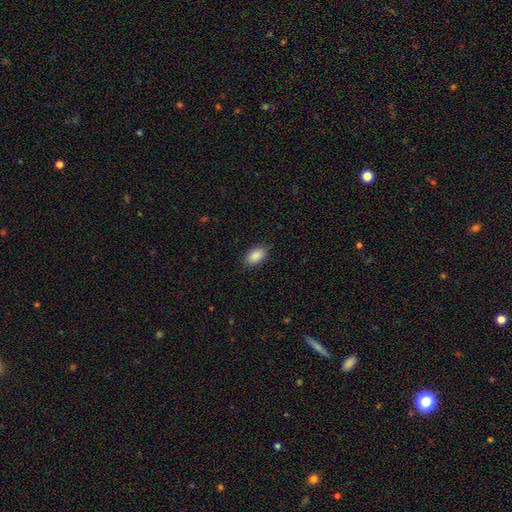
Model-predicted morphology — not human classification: This is clearly a smooth galaxy (90%). How rounded: clearly in between (93%). Merging: clearly none (87%).